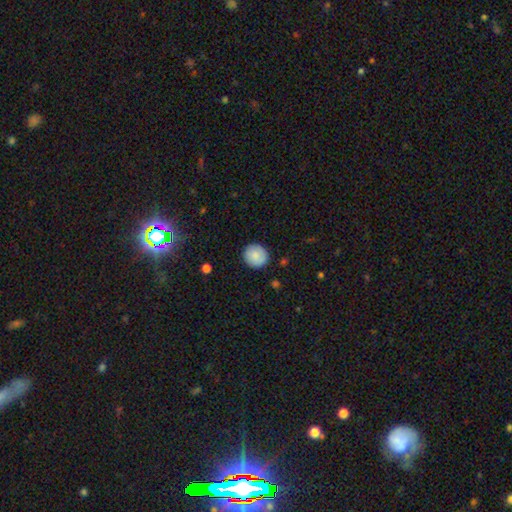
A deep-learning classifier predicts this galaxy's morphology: This is clearly a smooth galaxy (86%). How rounded: clearly round (90%). Merging: clearly none (89%).